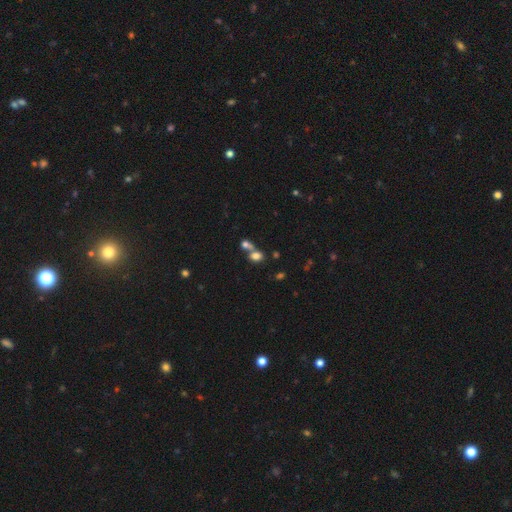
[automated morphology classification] Smooth or featured: smooth — 74% (star or artifact — 15%)
How rounded: in between — 54% (round — 44%)
Merging: merger — 50% (none — 38%)